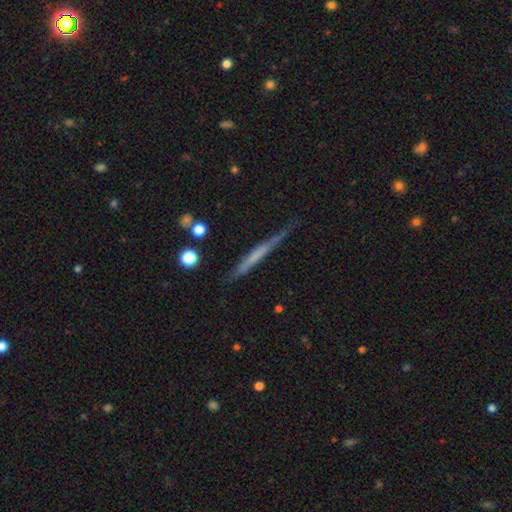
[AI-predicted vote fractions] The model was most divided on "smooth or featured": featured or disk: 52%, smooth: 41%, star or artifact: 7%. More confident: edge-on disk — yes (93%); merging — none (69%).